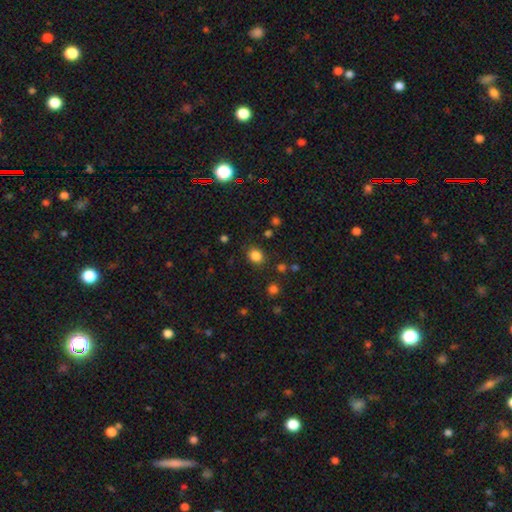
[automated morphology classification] Q: Smooth or featured?
A: smooth (82%); runner-up: star or artifact (13%)
Q: How rounded?
A: round (60%); runner-up: in between (39%)
Q: Merging?
A: none (82%); runner-up: minor disturbance (11%)